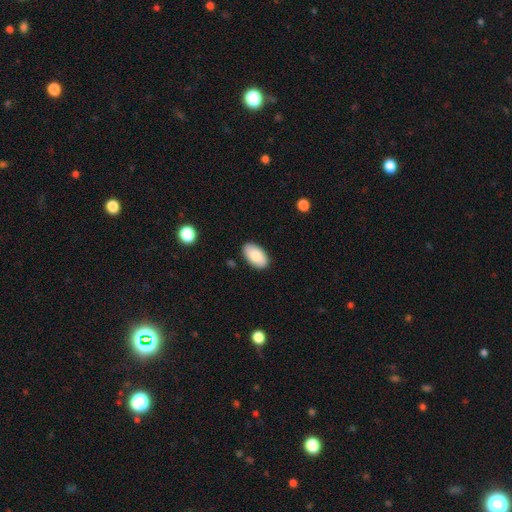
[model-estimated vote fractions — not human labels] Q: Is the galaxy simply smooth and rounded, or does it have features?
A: smooth — 80%.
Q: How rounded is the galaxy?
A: in between — 95%.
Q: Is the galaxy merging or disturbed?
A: none — 87%.